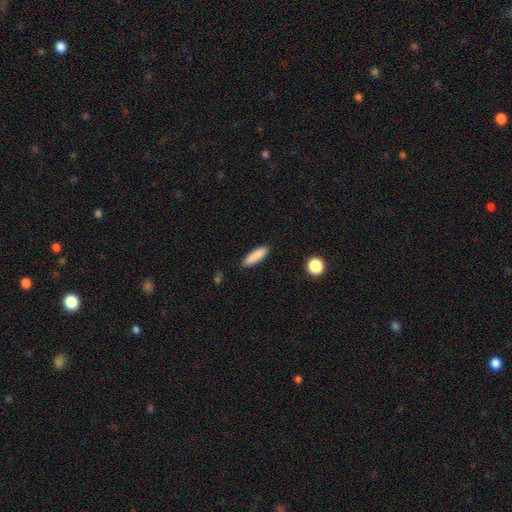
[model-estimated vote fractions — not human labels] smooth 87%, star or artifact 7%, featured or disk 6%. Down the decision tree: how rounded — cigar-shaped (65%); merging — none (88%).